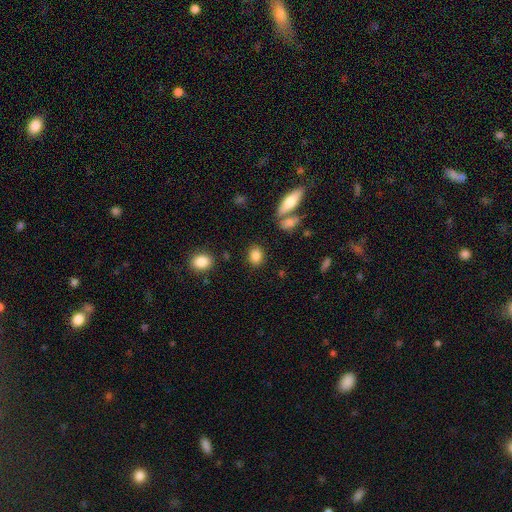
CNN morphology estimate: This is clearly a smooth galaxy (85%). How rounded: possibly in between (55%). Merging: clearly none (84%).